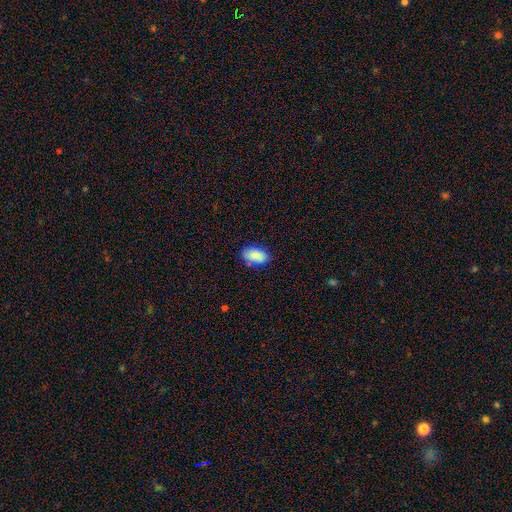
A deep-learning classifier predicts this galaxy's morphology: smooth_or_featured: smooth (p=0.89) [alt: star or artifact p=0.07]
how_rounded: in between (p=0.94) [alt: round p=0.04]
merging: none (p=0.81) [alt: minor disturbance p=0.14]